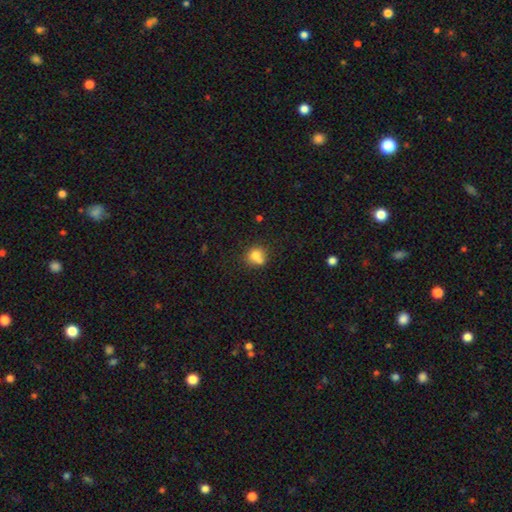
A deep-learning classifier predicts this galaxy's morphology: Overall: smooth (73%). How rounded: round (81%). Merging: none (44%; merger 40%).